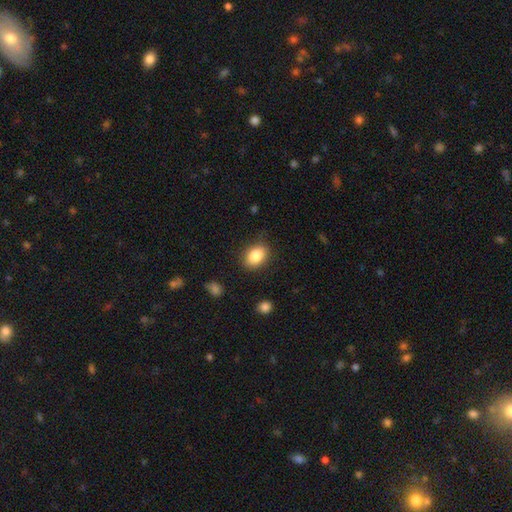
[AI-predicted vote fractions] Smooth or featured: smooth — 85% (star or artifact — 8%)
How rounded: in between — 74% (round — 25%)
Merging: none — 84% (minor disturbance — 12%)